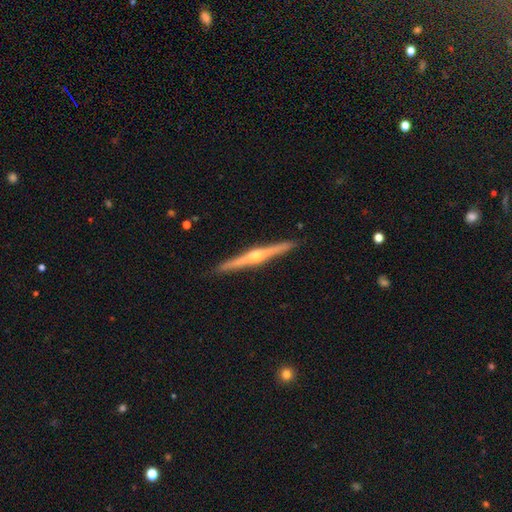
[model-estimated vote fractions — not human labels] A featured or disk galaxy (81%) viewed edge-on (98%) with a rounded central bulge (91%). Merging: none (92%).